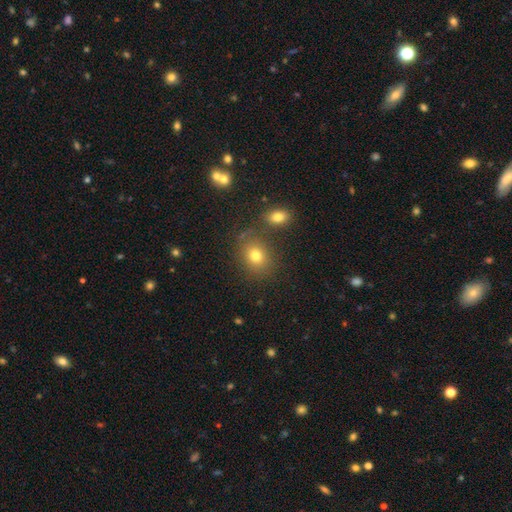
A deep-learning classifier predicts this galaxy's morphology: Overall: smooth (76%). How rounded: round (57%; in between 42%). Merging: none (74%).